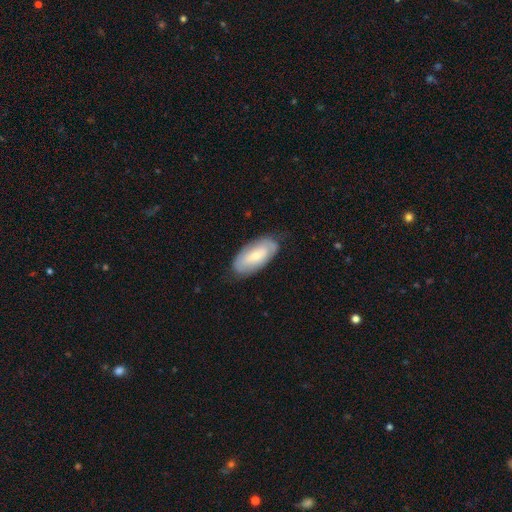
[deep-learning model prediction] Smooth or featured? Predicted: featured or disk (p=0.47, tied with smooth). Merging? Predicted: none (p=0.76).